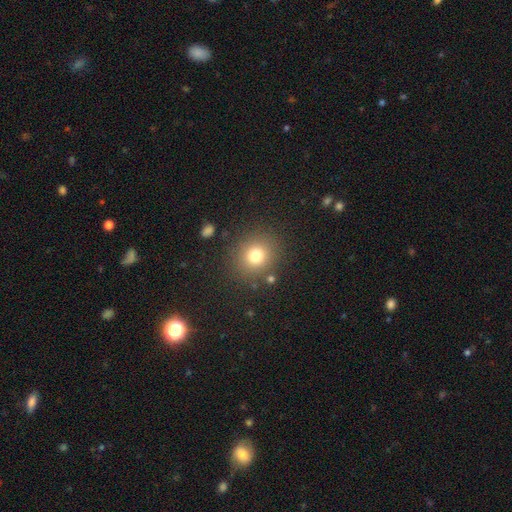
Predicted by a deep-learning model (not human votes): Overall: smooth (77%). How rounded: round (83%). Merging: none (85%).